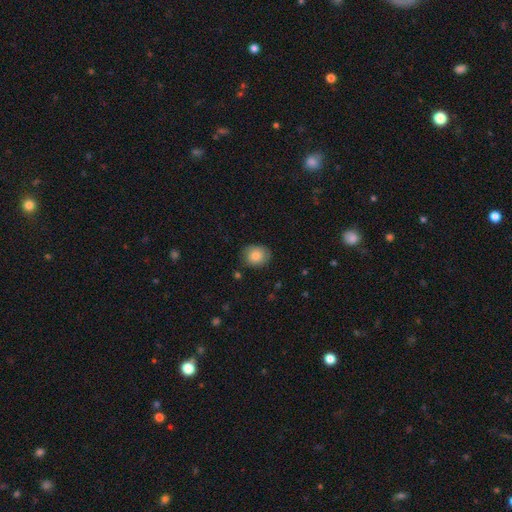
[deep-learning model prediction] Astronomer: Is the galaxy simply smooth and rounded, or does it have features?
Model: smooth — 83%.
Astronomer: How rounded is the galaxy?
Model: round — 66%.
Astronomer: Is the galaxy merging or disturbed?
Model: none — 81%.